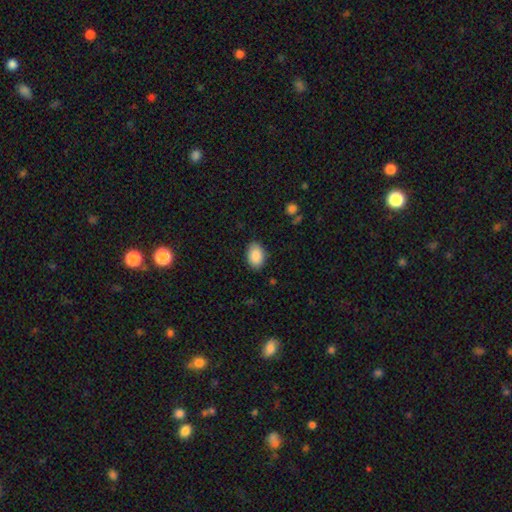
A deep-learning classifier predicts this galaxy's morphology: A smooth galaxy with no disk features (89%) that is in between round and cigar-shaped (86%). Merging: none (86%).